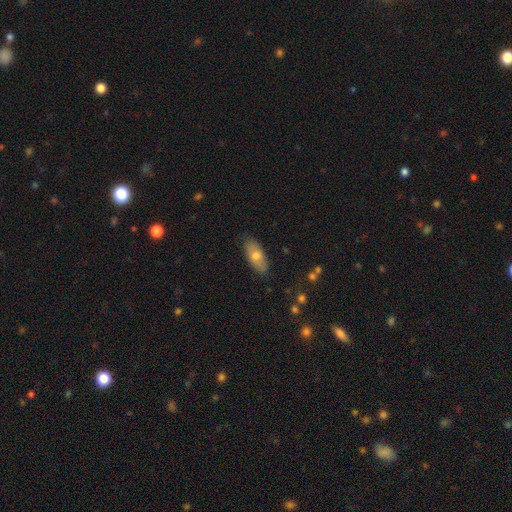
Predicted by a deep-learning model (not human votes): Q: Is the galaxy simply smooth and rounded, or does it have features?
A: smooth — 68%.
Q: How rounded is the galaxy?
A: in between — 83%.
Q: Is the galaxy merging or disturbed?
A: none — 85%.